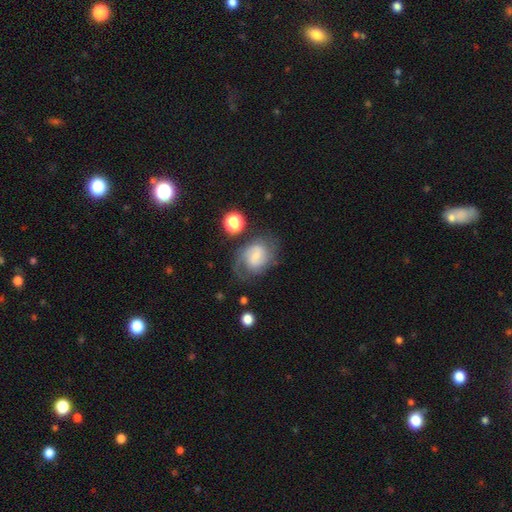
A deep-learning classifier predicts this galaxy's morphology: Smooth or featured: featured or disk — 55% (smooth — 35%)
Edge-on disk: no — 97% (yes — 3%)
Bar: weak — 47% (no — 41%)
Spiral arms: yes — 85% (no — 15%)
Bulge size: small — 44% (none — 23%)
Merging: none — 50% (minor disturbance — 23%)